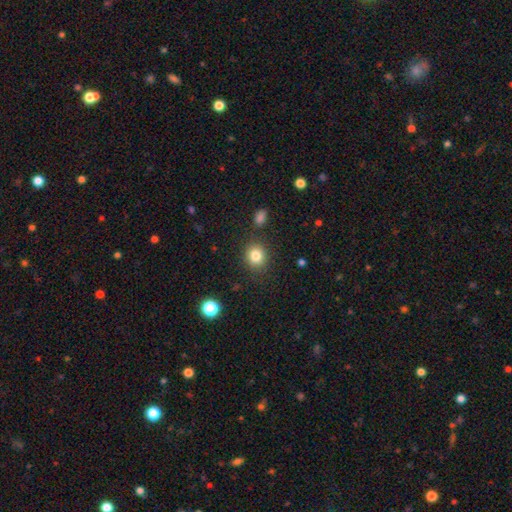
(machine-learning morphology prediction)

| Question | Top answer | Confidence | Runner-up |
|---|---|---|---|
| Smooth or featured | smooth | 83% | star or artifact (11%) |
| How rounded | round | 80% | in between (19%) |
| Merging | none | 85% | minor disturbance (9%) |